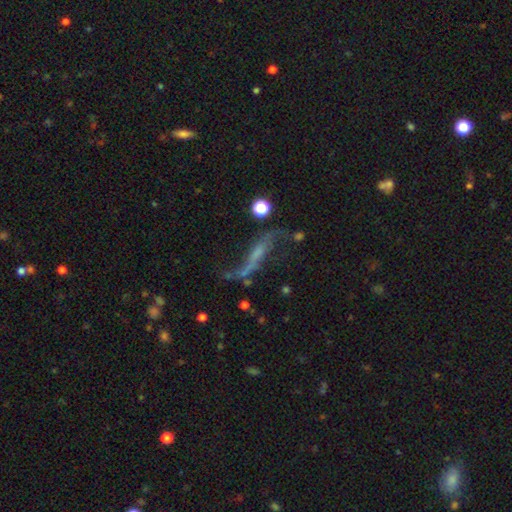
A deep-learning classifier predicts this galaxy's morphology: Smooth or featured? Predicted: featured or disk (p=0.67). Edge-on disk? Predicted: no (p=0.71). Merging? Predicted: none (p=0.48).